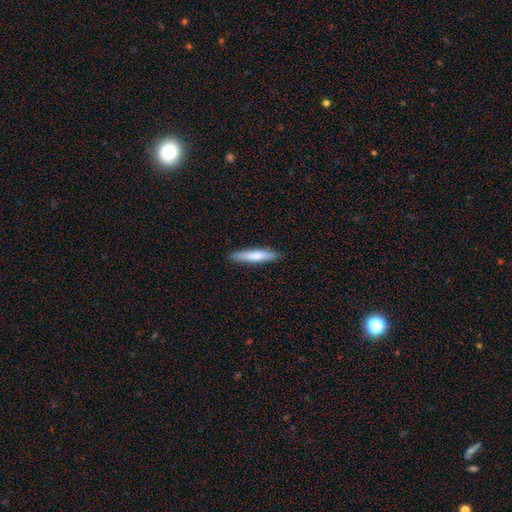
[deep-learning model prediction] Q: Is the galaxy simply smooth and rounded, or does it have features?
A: smooth — 72%.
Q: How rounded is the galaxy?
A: cigar-shaped — 90%.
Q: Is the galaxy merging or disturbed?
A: none — 90%.